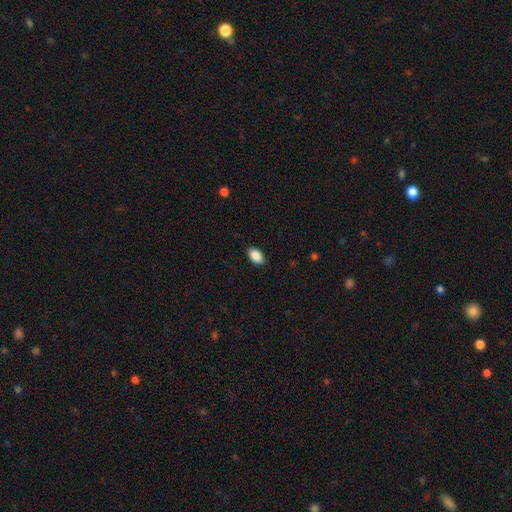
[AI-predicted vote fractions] A smooth galaxy with no disk features (89%) that is in between round and cigar-shaped (93%).

Vote fractions:
- Smooth or featured? smooth: 89% / star or artifact: 7% / featured or disk: 4%
- How rounded? in between: 93% / round: 5% / cigar-shaped: 2%
- Merging? none: 89% / minor disturbance: 8% / major disturbance: 2% / merger: 1%